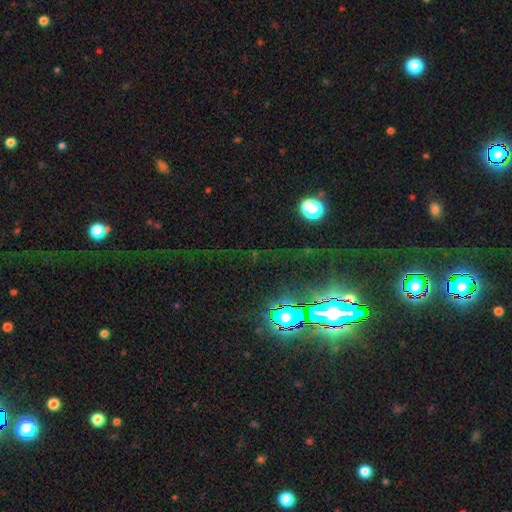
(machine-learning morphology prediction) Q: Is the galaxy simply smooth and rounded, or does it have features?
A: star or artifact — 82%.